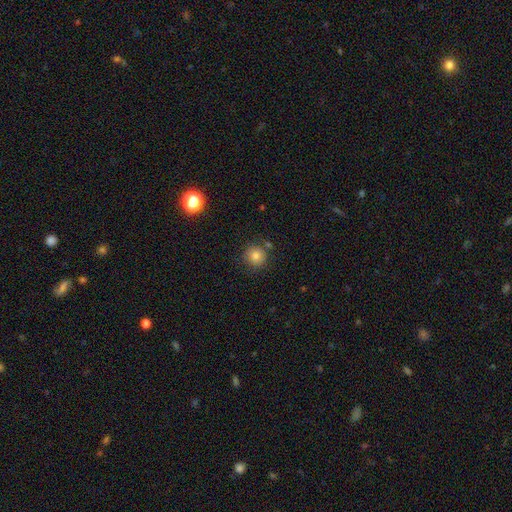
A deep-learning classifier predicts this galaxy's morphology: Q: Smooth or featured?
A: smooth (82%); runner-up: star or artifact (12%)
Q: How rounded?
A: round (94%); runner-up: in between (5%)
Q: Merging?
A: none (81%); runner-up: minor disturbance (10%)